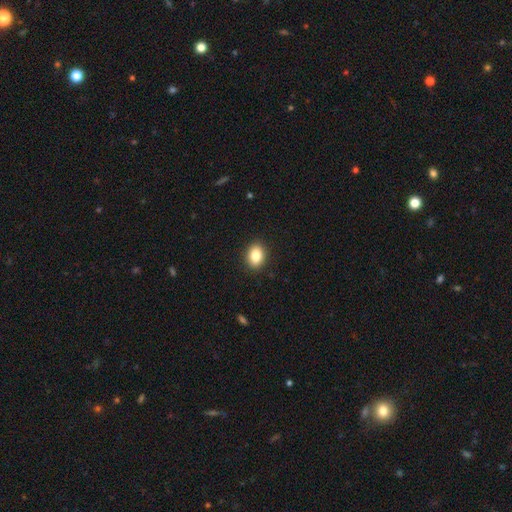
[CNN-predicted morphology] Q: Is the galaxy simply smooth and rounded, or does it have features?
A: smooth — 86%.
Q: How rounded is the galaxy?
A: in between — 71%.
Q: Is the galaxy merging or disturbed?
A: none — 90%.